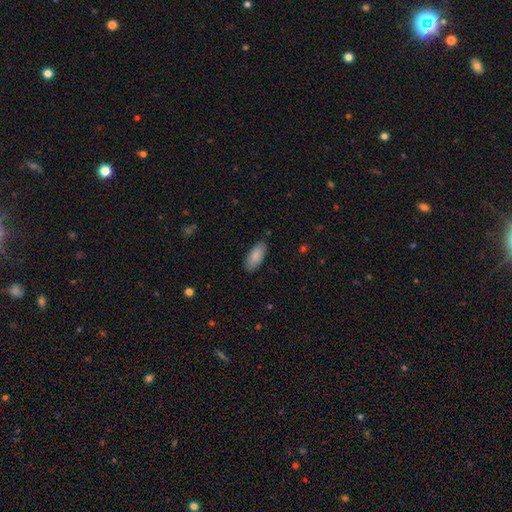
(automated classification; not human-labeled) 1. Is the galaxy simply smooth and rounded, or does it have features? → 88% smooth, 6% featured or disk, 6% star or artifact.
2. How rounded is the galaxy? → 86% in between, 12% cigar-shaped, 2% round.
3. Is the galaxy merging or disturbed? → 86% none, 10% minor disturbance, 2% major disturbance, 1% merger.